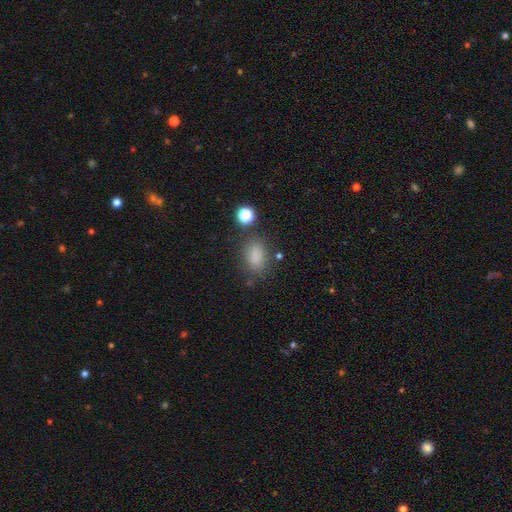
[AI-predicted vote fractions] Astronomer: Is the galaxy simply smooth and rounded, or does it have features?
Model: smooth — 82%.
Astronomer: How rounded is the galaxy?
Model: in between — 80%.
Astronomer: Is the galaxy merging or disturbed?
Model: none — 74%.